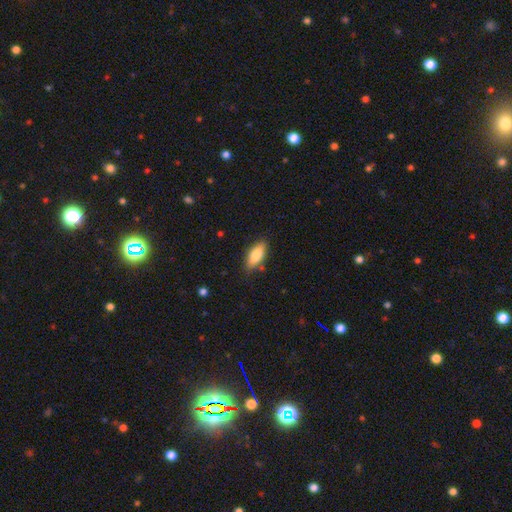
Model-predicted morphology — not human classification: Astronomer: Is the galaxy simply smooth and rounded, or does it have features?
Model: smooth — 79%.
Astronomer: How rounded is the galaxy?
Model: in between — 81%.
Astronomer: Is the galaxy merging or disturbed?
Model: none — 79%.